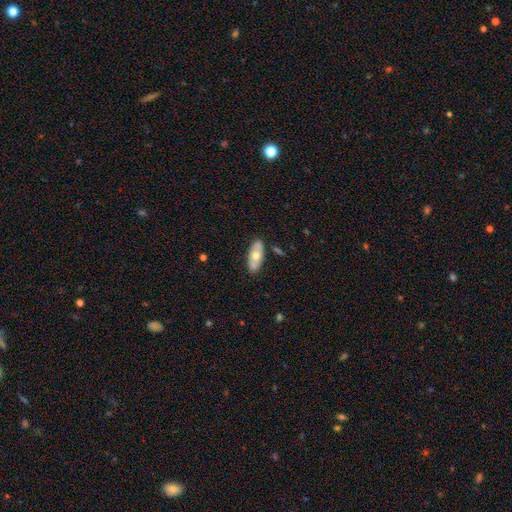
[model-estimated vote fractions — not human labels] Smooth or featured: smooth — 55% (featured or disk — 39%)
How rounded: in between — 84% (cigar-shaped — 13%)
Merging: none — 84% (minor disturbance — 11%)